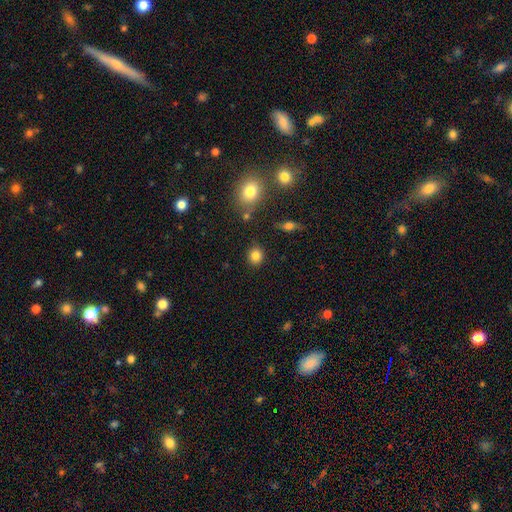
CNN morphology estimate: Smooth or featured? smooth (84%)
How rounded? round (79%)
Merging? none (86%)